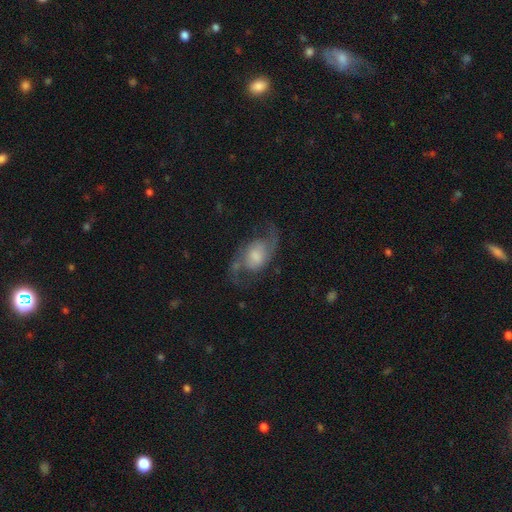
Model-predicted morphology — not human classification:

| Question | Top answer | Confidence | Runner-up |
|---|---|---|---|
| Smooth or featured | featured or disk | 80% | smooth (13%) |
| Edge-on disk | no | 96% | yes (4%) |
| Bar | no | 54% | weak (38%) |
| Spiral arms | yes | 95% | no (5%) |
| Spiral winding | loose | 52% | medium (39%) |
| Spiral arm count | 2 | 92% | can't tell (3%) |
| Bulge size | moderate | 35% | large (26%) |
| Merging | none | 69% | minor disturbance (17%) |